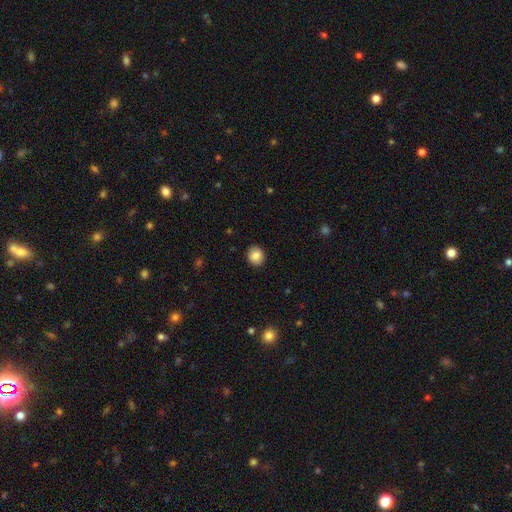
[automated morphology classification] A smooth galaxy with no disk features (85%) that is round (75%).

Vote fractions:
- Smooth or featured? smooth: 85% / star or artifact: 8% / featured or disk: 6%
- How rounded? round: 75% / in between: 24% / cigar-shaped: 1%
- Merging? none: 90% / minor disturbance: 7% / major disturbance: 2% / merger: 1%